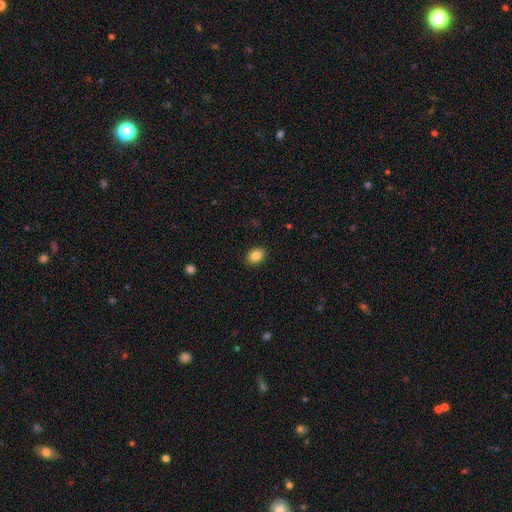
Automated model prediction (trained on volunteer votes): Smooth or featured? smooth (86%)
How rounded? in between (70%)
Merging? none (90%)